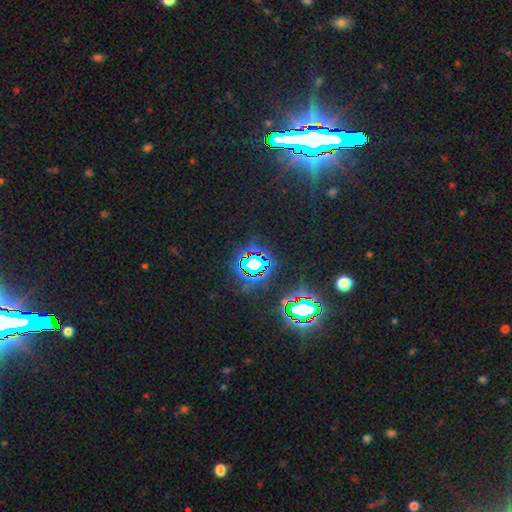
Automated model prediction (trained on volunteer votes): The model was most divided on "smooth or featured": star or artifact: 80%, smooth: 11%, featured or disk: 9%.